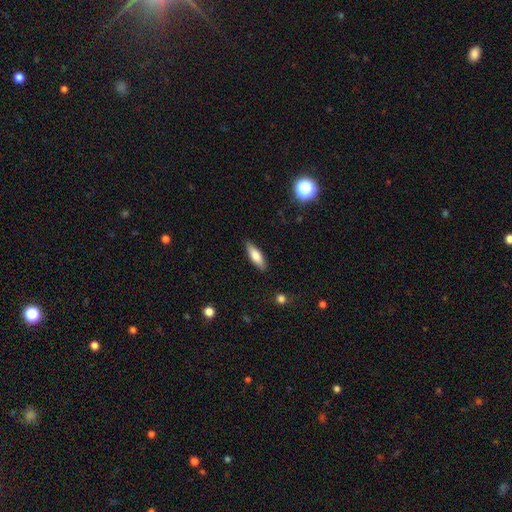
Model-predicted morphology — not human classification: Smooth or featured?
  - smooth: 74% *
  - featured or disk: 20%
  - star or artifact: 6%
How rounded?
  - in between: 52% *
  - cigar-shaped: 46%
  - round: 2%
Merging?
  - none: 87% *
  - minor disturbance: 10%
  - major disturbance: 2%
  - merger: 1%